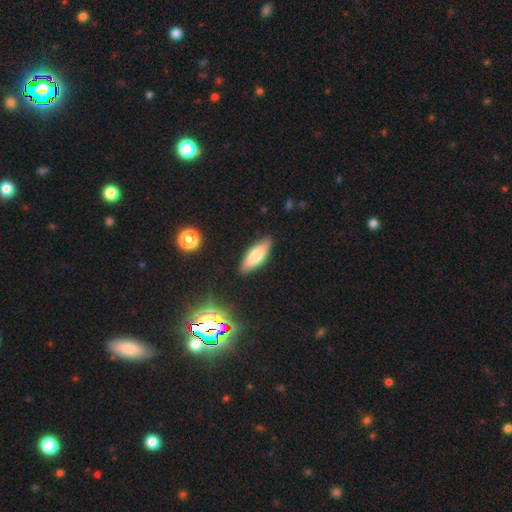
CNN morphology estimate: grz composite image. It shows a smooth galaxy with no disk features (72%) that is in between round and cigar-shaped (67%). Merging: none (86%).